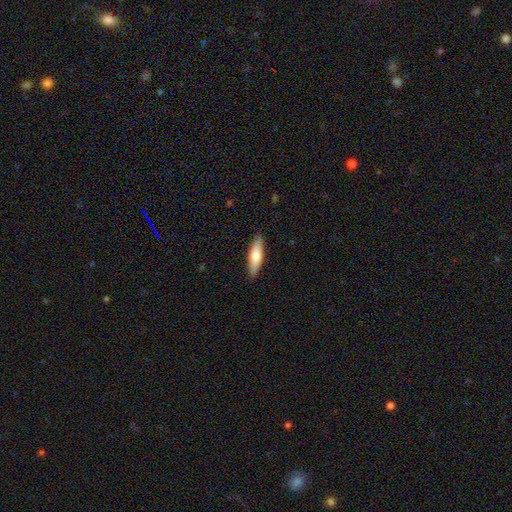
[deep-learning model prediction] A smooth galaxy with no disk features (71%) that is cigar-shaped (66%).

Vote fractions:
- Smooth or featured? smooth: 71% / featured or disk: 24% / star or artifact: 5%
- How rounded? cigar-shaped: 66% / in between: 33% / round: 2%
- Merging? none: 89% / minor disturbance: 8% / major disturbance: 2% / merger: 1%